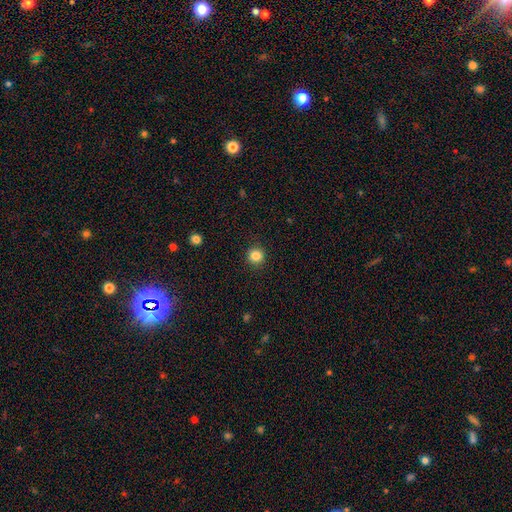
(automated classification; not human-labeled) Smooth or featured: smooth — 85% (star or artifact — 11%)
How rounded: round — 91% (in between — 8%)
Merging: none — 91% (minor disturbance — 6%)